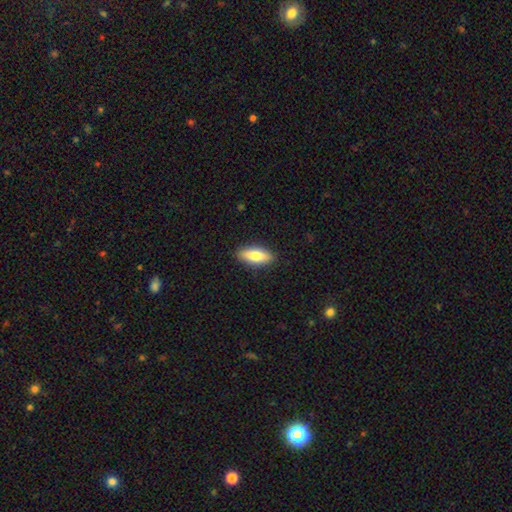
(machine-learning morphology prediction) smooth 72%, featured or disk 22%, star or artifact 6%. Down the decision tree: how rounded — in between (72%); merging — none (89%).